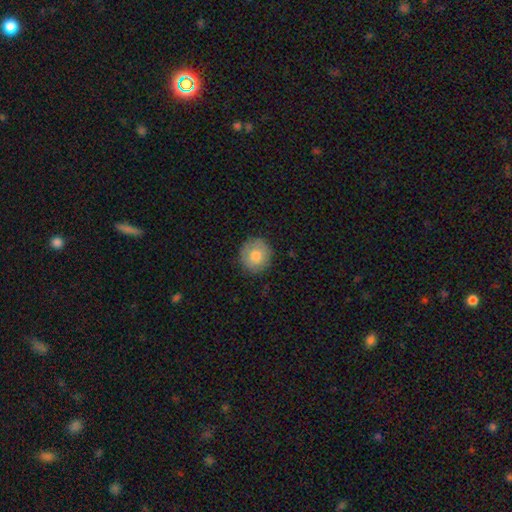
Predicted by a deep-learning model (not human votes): Q: Smooth or featured?
A: smooth (77%); runner-up: featured or disk (15%)
Q: How rounded?
A: round (91%); runner-up: in between (8%)
Q: Merging?
A: none (85%); runner-up: minor disturbance (11%)